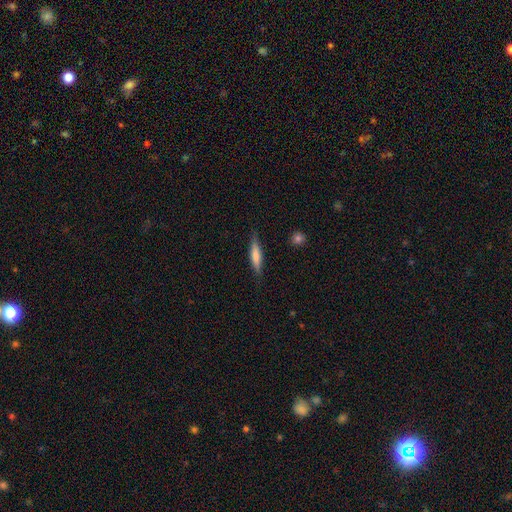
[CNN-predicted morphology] Smooth or featured: smooth — 64% (featured or disk — 30%)
How rounded: cigar-shaped — 78% (in between — 20%)
Merging: none — 84% (minor disturbance — 12%)